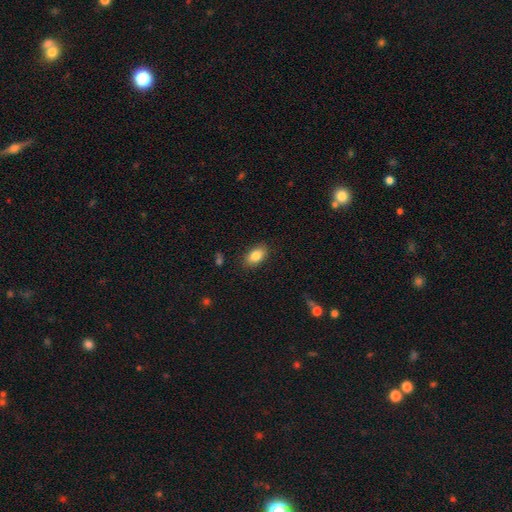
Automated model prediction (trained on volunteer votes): The model was most divided on "merging": none: 86%, minor disturbance: 10%, major disturbance: 2%, merger: 1%. More confident: how rounded — in between (91%); smooth or featured — smooth (85%).